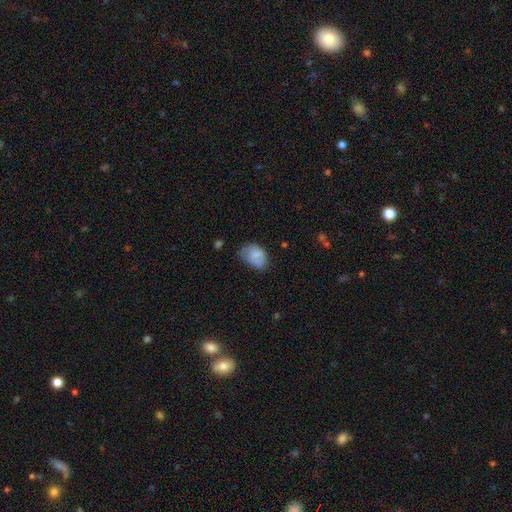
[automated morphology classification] smooth-or-featured: smooth: 74% | featured or disk: 18% | star or artifact: 8%
  how-rounded: in between: 81% | round: 18% | cigar-shaped: 1%
  merging: none: 50% | minor disturbance: 34% | major disturbance: 11% | merger: 4%